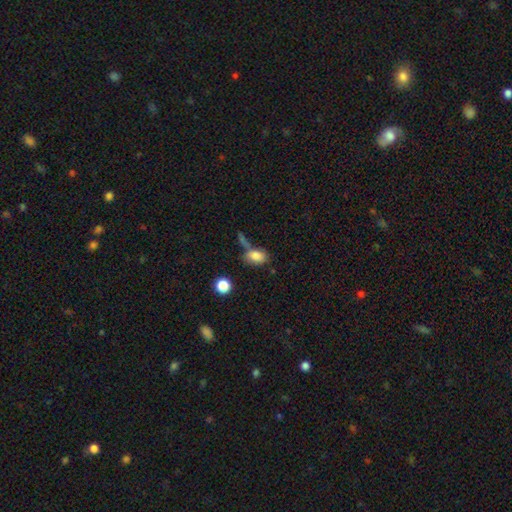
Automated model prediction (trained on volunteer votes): Smooth or featured: smooth — 79% (featured or disk — 11%)
How rounded: in between — 83% (round — 14%)
Merging: none — 45% (merger — 24%)